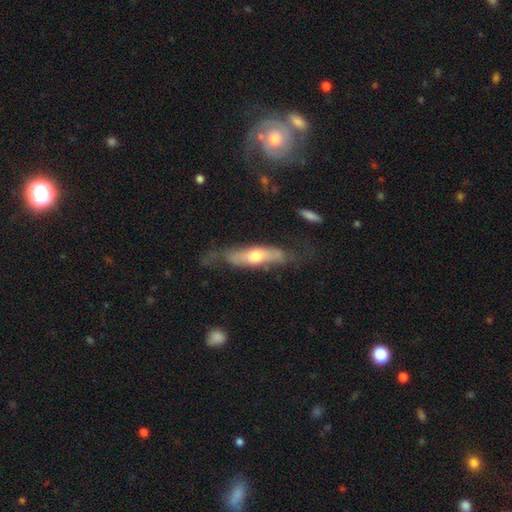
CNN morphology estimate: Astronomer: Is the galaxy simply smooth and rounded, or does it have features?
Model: featured or disk — 57% (runner-up: smooth, 38%).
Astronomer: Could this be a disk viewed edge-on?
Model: yes — 58% (runner-up: no, 42%).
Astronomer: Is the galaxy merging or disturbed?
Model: none — 56%.